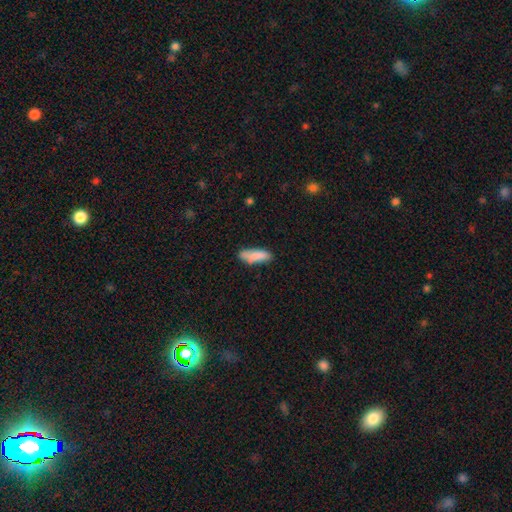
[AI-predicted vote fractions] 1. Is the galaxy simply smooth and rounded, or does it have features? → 84% smooth, 10% featured or disk, 7% star or artifact.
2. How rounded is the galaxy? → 54% in between, 44% cigar-shaped, 2% round.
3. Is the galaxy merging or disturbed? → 66% none, 24% minor disturbance, 6% major disturbance, 4% merger.